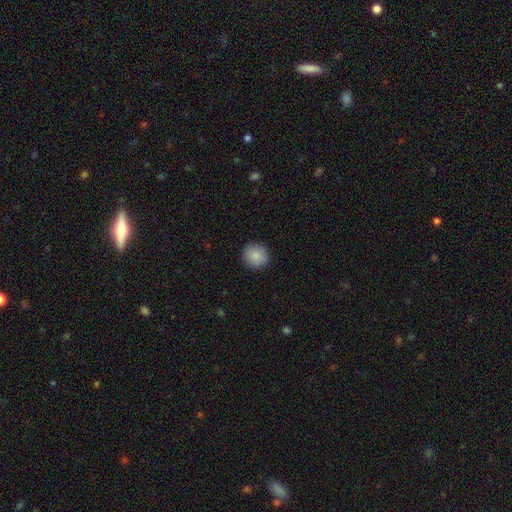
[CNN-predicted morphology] type=smooth (89%); roundness=round (88%); merging=none (91%).